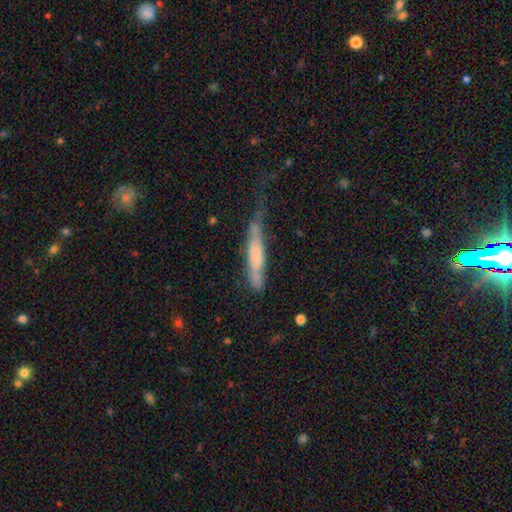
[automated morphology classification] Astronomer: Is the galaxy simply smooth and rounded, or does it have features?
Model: smooth — 57% (runner-up: featured or disk, 36%).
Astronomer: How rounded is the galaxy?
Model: cigar-shaped — 89%.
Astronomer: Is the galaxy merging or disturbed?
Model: minor disturbance — 35% (runner-up: none, 32%).